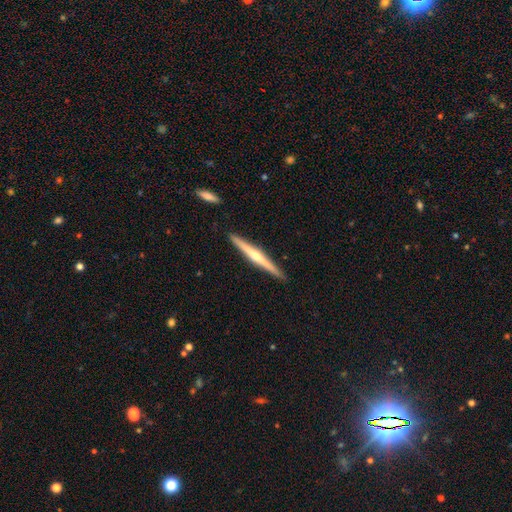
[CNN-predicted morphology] Overall: featured or disk (71%). Edge-on disk: yes (98%). Edge-on bulge: rounded (81%). Merging: none (91%).